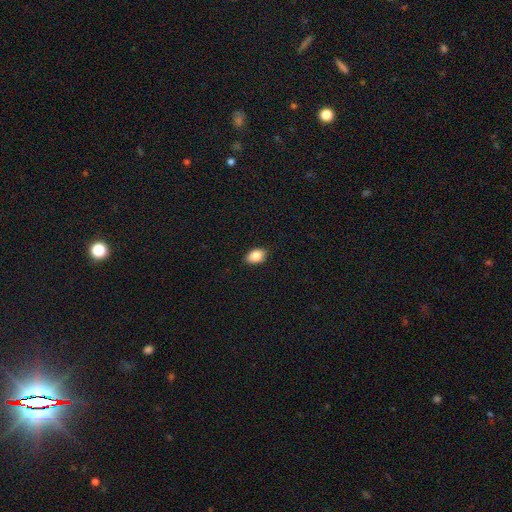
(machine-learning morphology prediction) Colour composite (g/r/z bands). It shows a smooth galaxy with no disk features (85%) that is in between round and cigar-shaped (86%). Merging: none (87%).